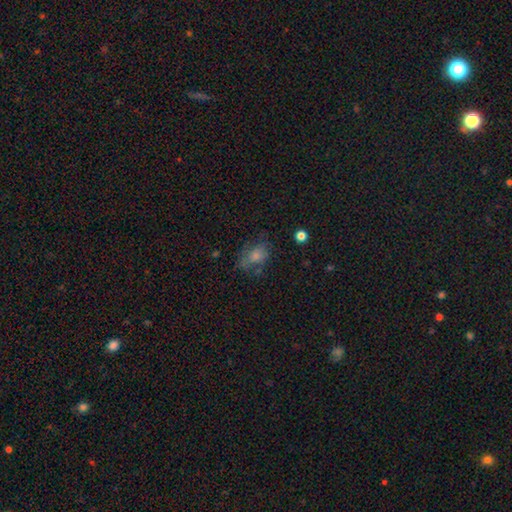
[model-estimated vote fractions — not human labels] This is possibly a smooth galaxy (54%). How rounded: likely in between (71%). Merging: possibly none (57%).